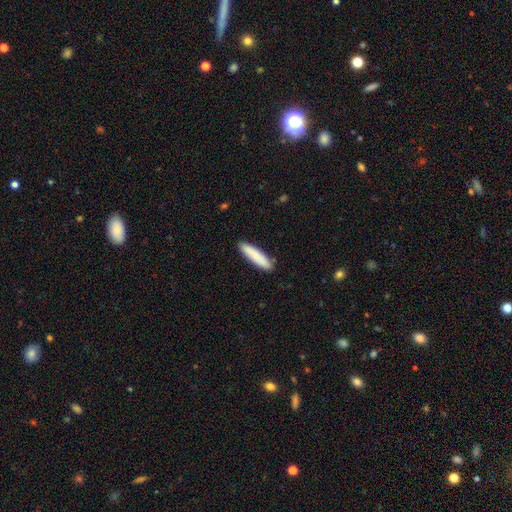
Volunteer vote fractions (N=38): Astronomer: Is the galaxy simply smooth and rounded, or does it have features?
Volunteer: smooth — 84%.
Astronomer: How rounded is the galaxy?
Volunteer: cigar-shaped — 81%.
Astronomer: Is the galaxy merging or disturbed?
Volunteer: none — 92%.